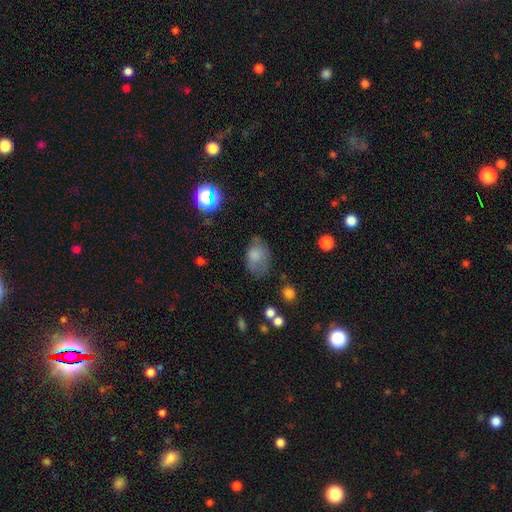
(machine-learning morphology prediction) type=smooth (74%); roundness=in between (82%); merging=none (52%).